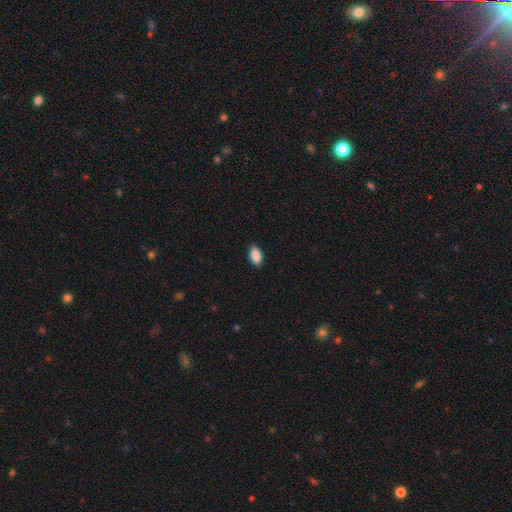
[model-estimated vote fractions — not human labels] The model was most divided on "merging": none: 87%, minor disturbance: 10%, major disturbance: 2%, merger: 1%. More confident: how rounded — in between (93%); smooth or featured — smooth (89%).